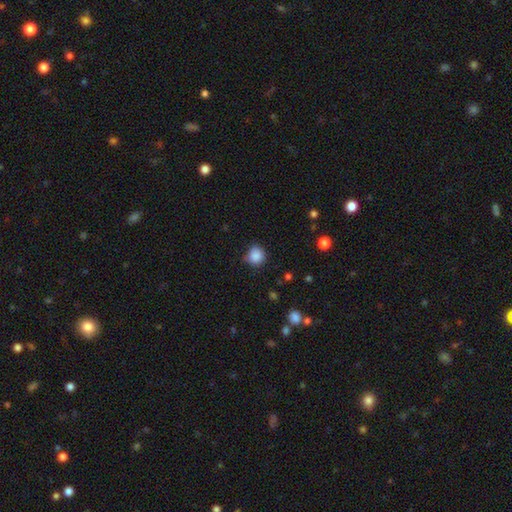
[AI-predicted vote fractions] A smooth galaxy with no disk features (86%) that is round (87%).

Vote fractions:
- Smooth or featured? smooth: 86% / star or artifact: 10% / featured or disk: 4%
- How rounded? round: 87% / in between: 12% / cigar-shaped: 1%
- Merging? none: 75% / minor disturbance: 19% / major disturbance: 4% / merger: 2%